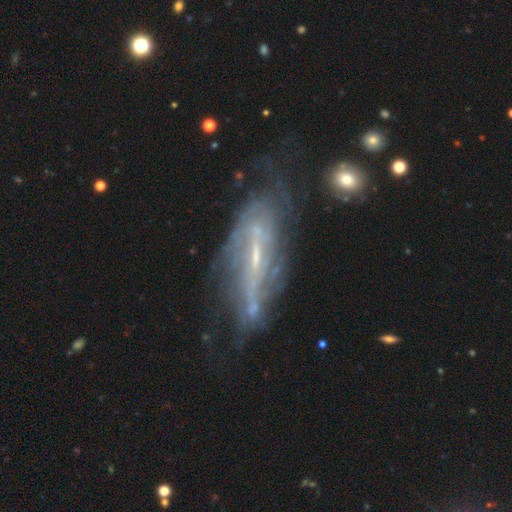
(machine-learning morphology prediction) Smooth or featured: featured or disk — 78% (smooth — 14%)
Edge-on disk: no — 71% (yes — 29%)
Bar: strong — 40% (weak — 34%)
Spiral arms: yes — 70% (no — 30%)
Bulge size: small — 68% (moderate — 18%)
Merging: none — 54% (minor disturbance — 24%)